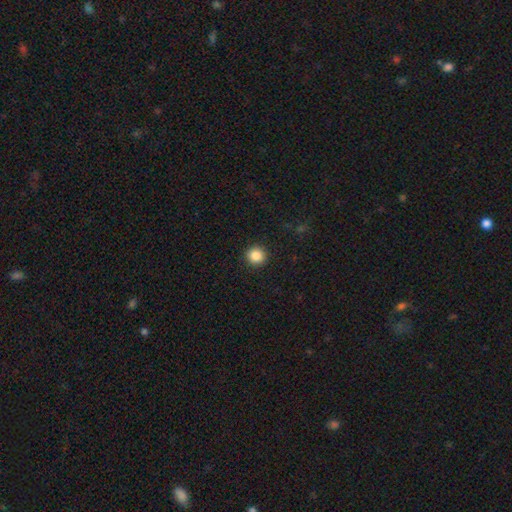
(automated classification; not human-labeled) This appears to be a smooth galaxy with no disk features (86%) that is round (94%). Merging: none (92%).